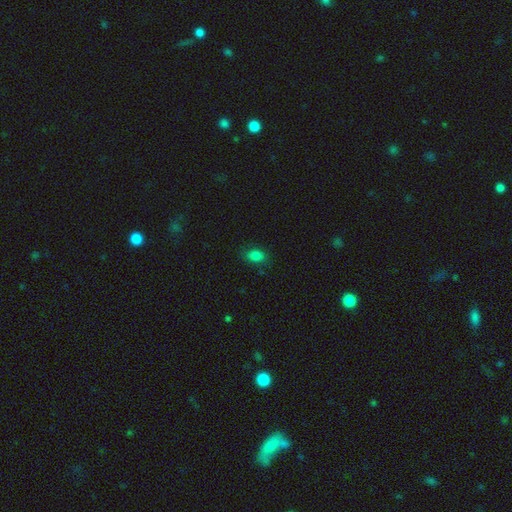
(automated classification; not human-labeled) Smooth or featured: smooth — 82% (star or artifact — 12%)
How rounded: in between — 80% (round — 18%)
Merging: none — 81% (minor disturbance — 14%)